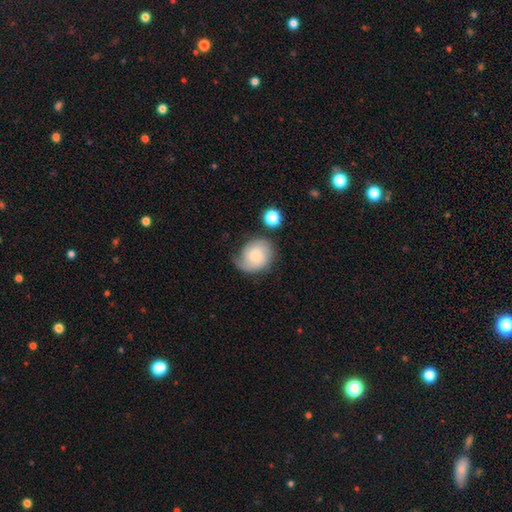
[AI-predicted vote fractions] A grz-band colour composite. It shows a featured or disk galaxy (49%). Merging: none (57%).